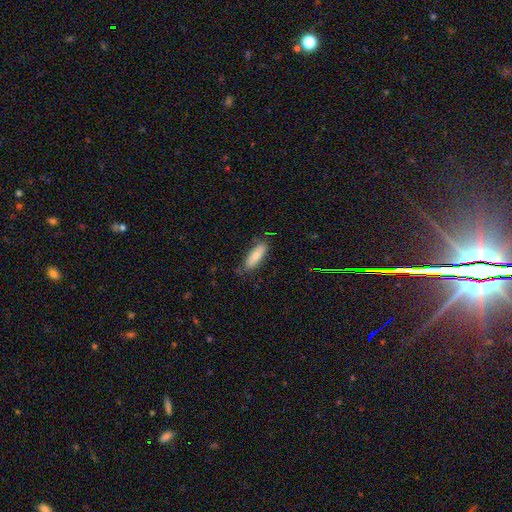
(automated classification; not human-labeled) Smooth or featured? smooth (81%)
How rounded? in between (55%)
Merging? none (77%)